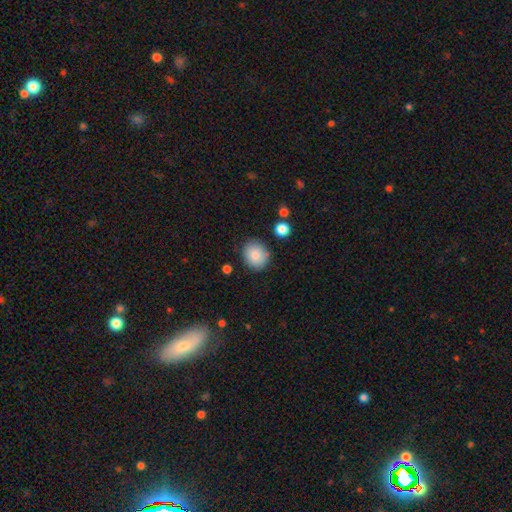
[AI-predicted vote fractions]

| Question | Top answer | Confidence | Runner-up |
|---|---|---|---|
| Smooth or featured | smooth | 85% | star or artifact (8%) |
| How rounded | round | 82% | in between (17%) |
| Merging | none | 84% | minor disturbance (10%) |